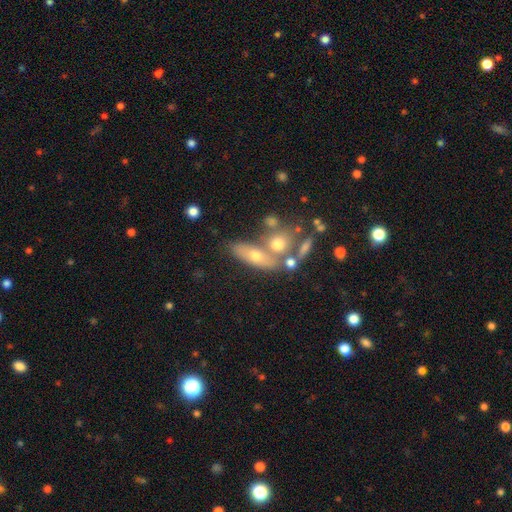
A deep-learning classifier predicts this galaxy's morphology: Smooth or featured: smooth — 56% (featured or disk — 34%)
How rounded: in between — 51% (cigar-shaped — 36%)
Merging: none — 44% (merger — 38%)